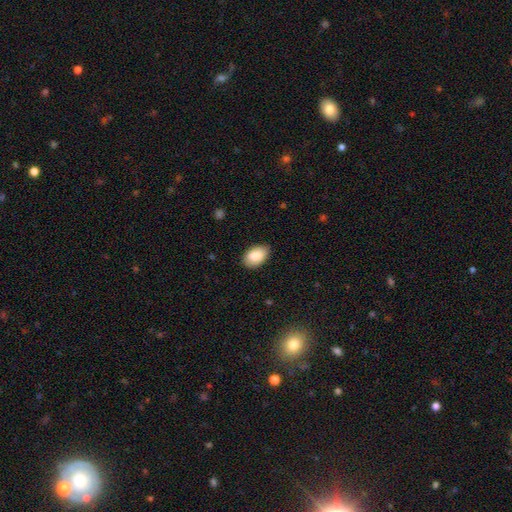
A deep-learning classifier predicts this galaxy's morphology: smooth_or_featured: smooth (p=0.87) [alt: featured or disk p=0.07]
how_rounded: in between (p=0.92) [alt: round p=0.07]
merging: none (p=0.84) [alt: minor disturbance p=0.12]